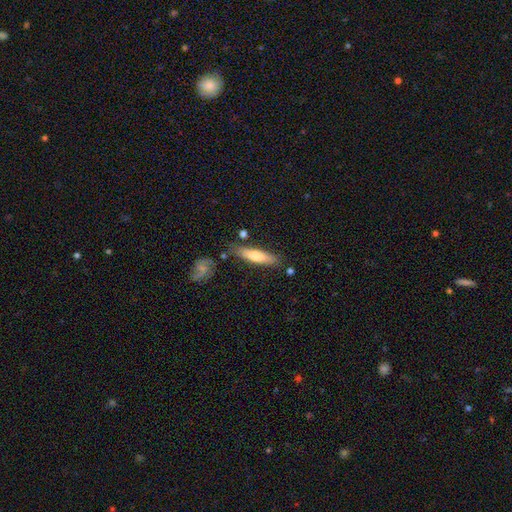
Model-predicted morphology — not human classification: smooth_or_featured: smooth (p=0.67) [alt: featured or disk p=0.27]
how_rounded: cigar-shaped (p=0.78) [alt: in between p=0.20]
merging: none (p=0.76) [alt: minor disturbance p=0.15]